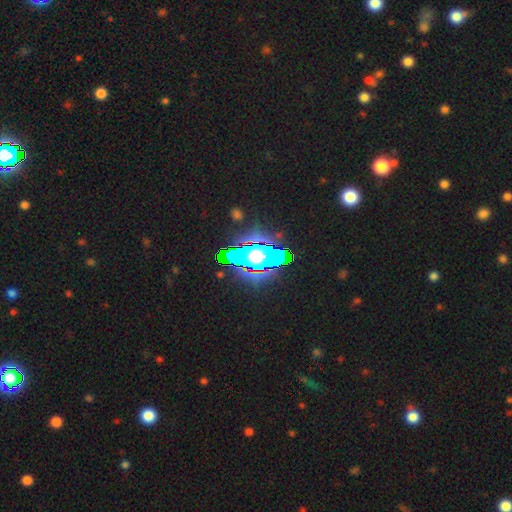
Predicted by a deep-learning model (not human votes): The model was most divided on "smooth or featured": star or artifact: 47%, featured or disk: 28%, smooth: 25%.